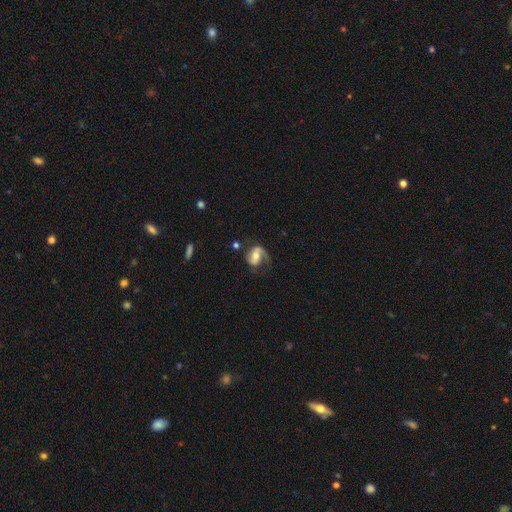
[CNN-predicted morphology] smooth-or-featured: featured or disk: 72% | smooth: 22% | star or artifact: 6%
  disk-edge-on: no: 97% | yes: 3%
    bar: no: 52% | weak: 34% | strong: 14%
    has-spiral-arms: yes: 89% | no: 11%
      spiral-winding: medium: 42% | loose: 35% | tight: 23%
      spiral-arm-count: 2: 48% | 1: 44% | can't tell: 6% | 3: 1% | 4: 1% | more than 4: 1%
    bulge-size: moderate: 65% | small: 26% | large: 6% | none: 2% | dominant: 1%
  merging: none: 47% | major disturbance: 27% | minor disturbance: 23% | merger: 4%